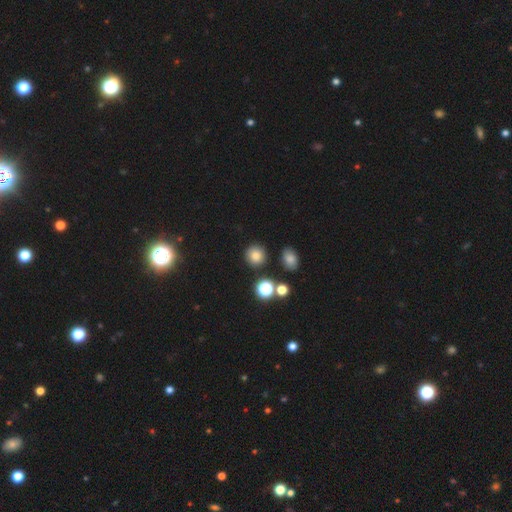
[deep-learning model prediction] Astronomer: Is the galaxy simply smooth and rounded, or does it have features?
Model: smooth — 80%.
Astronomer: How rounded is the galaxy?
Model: round — 89%.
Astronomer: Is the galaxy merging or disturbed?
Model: none — 85%.